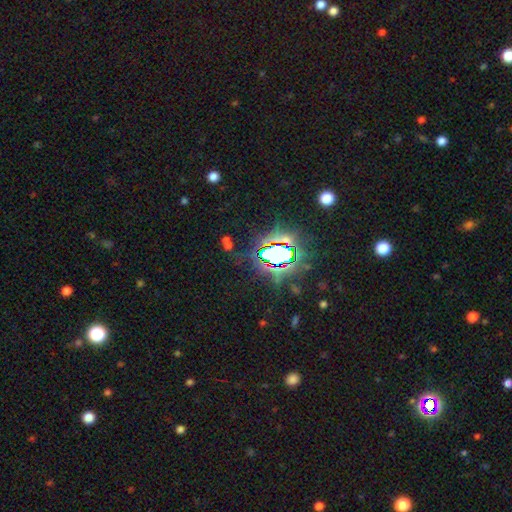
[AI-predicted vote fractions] Smooth or featured? Predicted: star or artifact (p=0.79).